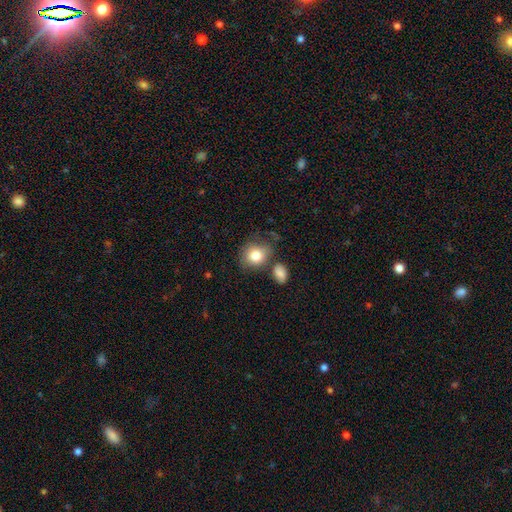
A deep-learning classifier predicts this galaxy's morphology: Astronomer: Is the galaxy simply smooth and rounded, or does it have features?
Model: smooth — 81%.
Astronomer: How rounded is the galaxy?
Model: round — 70%.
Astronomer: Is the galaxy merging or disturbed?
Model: none — 62%.